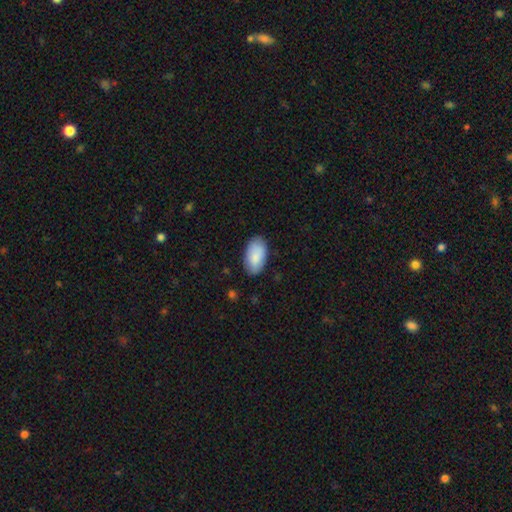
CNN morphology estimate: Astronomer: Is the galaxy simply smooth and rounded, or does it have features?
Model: smooth — 86%.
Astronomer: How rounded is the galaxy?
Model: in between — 95%.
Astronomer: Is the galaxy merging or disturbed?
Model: none — 83%.